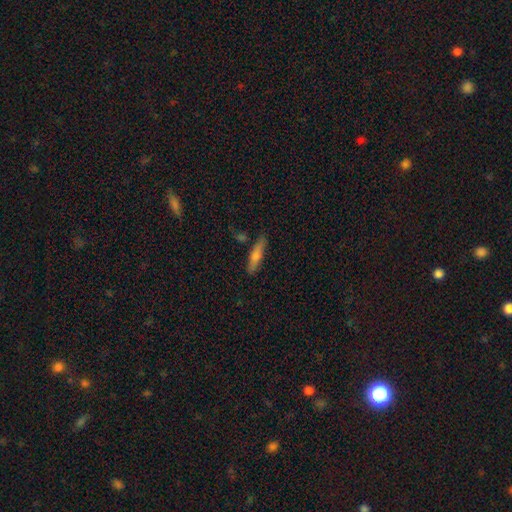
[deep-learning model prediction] smooth-or-featured: smooth: 61% | featured or disk: 32% | star or artifact: 7%
  how-rounded: cigar-shaped: 81% | in between: 17% | round: 2%
  merging: none: 82% | minor disturbance: 12% | merger: 4% | major disturbance: 2%